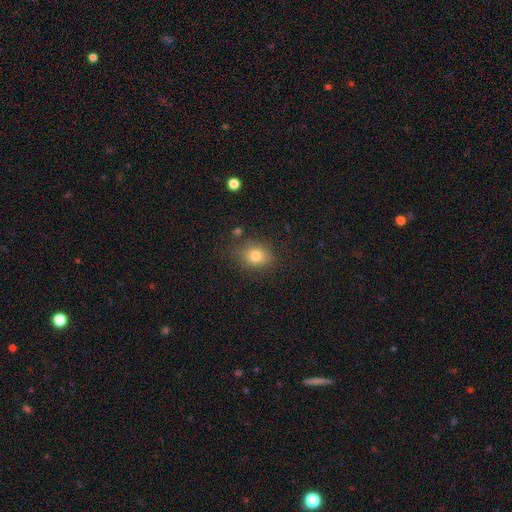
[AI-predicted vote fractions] Smooth or featured? Predicted: smooth (p=0.80). How rounded? Predicted: round (p=0.55). Merging? Predicted: none (p=0.80).